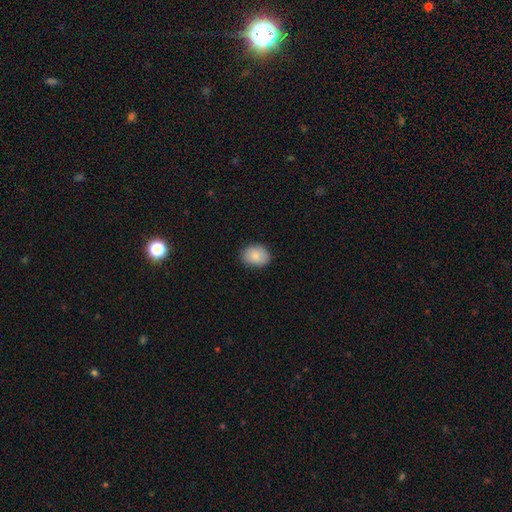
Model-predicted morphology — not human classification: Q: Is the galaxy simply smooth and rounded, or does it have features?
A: smooth — 84%.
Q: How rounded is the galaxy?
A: in between — 58%.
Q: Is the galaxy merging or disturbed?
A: none — 84%.